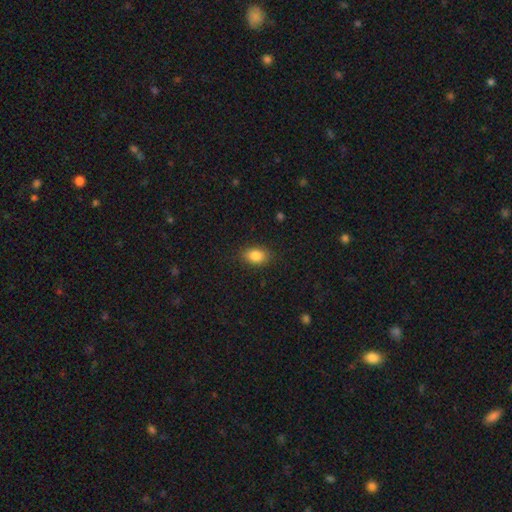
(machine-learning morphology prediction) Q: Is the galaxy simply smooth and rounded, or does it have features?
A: smooth — 86%.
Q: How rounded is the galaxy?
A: in between — 80%.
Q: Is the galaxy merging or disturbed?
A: none — 86%.